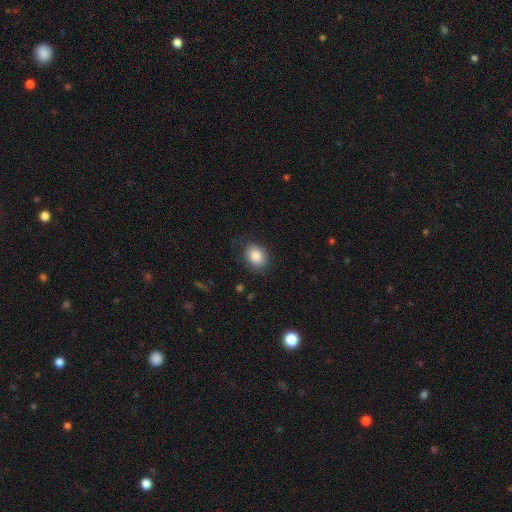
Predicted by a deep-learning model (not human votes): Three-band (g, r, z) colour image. It shows a smooth galaxy with no disk features (86%) that is in between round and cigar-shaped (62%). Merging: none (77%).